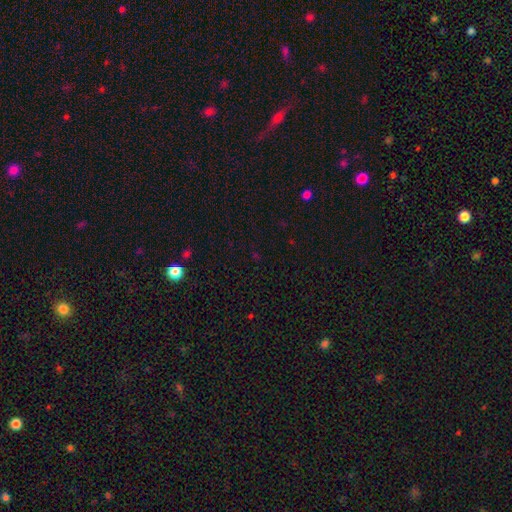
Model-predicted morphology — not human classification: Smooth or featured? star or artifact (64%)